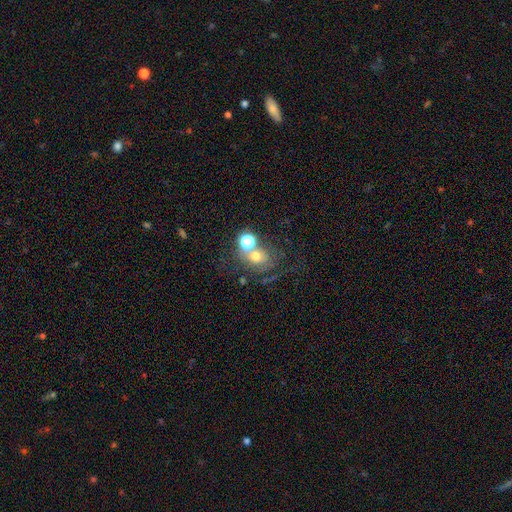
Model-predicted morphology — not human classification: A smooth galaxy with no disk features (54%) that is round (67%).

Vote fractions:
- Smooth or featured? smooth: 54% / star or artifact: 24% / featured or disk: 22%
- How rounded? round: 67% / in between: 32% / cigar-shaped: 1%
- Merging? none: 43% / merger: 31% / major disturbance: 14% / minor disturbance: 13%